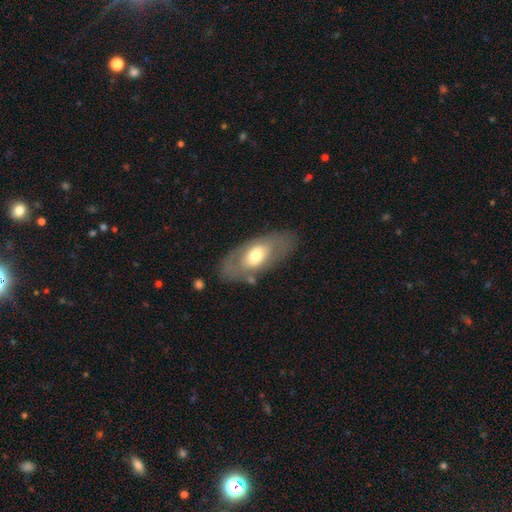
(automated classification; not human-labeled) Smooth or featured? smooth (48%)
Merging? none (73%)